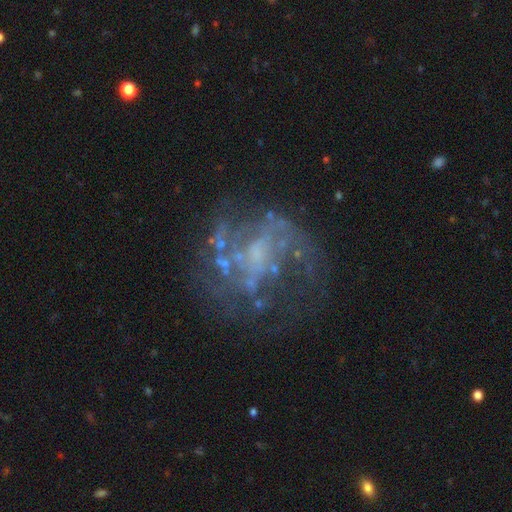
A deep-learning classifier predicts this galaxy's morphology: smooth_or_featured: featured or disk (p=0.74) [alt: star or artifact p=0.14]
disk_edge_on: no (p=0.98) [alt: yes p=0.02]
bar: no (p=0.66) [alt: weak p=0.27]
has_spiral_arms: yes (p=0.55) [alt: no p=0.45]
bulge_size: none (p=0.49) [alt: small p=0.33]
merging: none (p=0.52) [alt: major disturbance p=0.28]